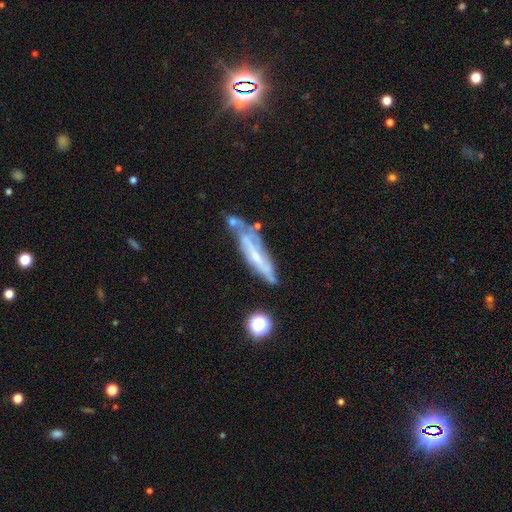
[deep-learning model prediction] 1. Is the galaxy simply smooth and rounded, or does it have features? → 72% featured or disk, 20% smooth, 8% star or artifact.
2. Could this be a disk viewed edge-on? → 51% no, 49% yes.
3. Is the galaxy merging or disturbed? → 48% none, 25% minor disturbance, 17% merger, 11% major disturbance.